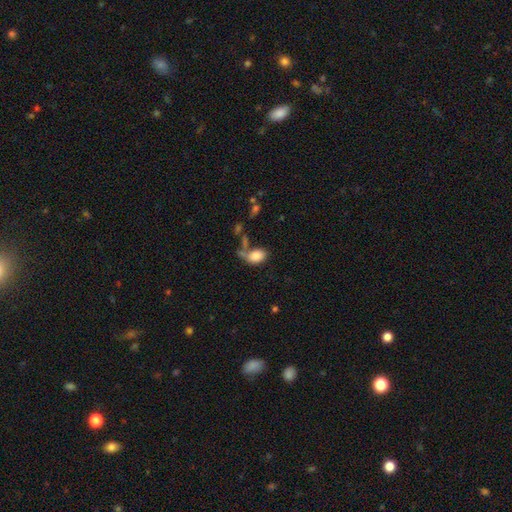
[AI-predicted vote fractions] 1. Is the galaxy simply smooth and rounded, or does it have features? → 81% smooth, 10% featured or disk, 9% star or artifact.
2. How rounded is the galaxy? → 86% in between, 12% round, 2% cigar-shaped.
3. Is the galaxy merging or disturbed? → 40% none, 22% merger, 20% minor disturbance, 17% major disturbance.